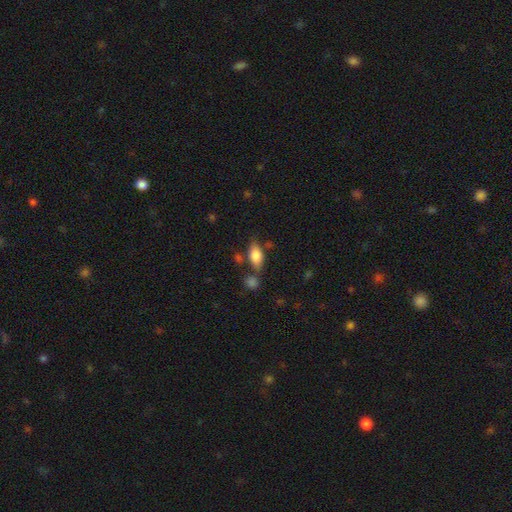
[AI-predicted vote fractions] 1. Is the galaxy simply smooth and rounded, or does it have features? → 75% smooth, 18% featured or disk, 8% star or artifact.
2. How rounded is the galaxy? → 83% in between, 12% cigar-shaped, 4% round.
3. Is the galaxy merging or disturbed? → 68% none, 16% minor disturbance, 11% merger, 5% major disturbance.